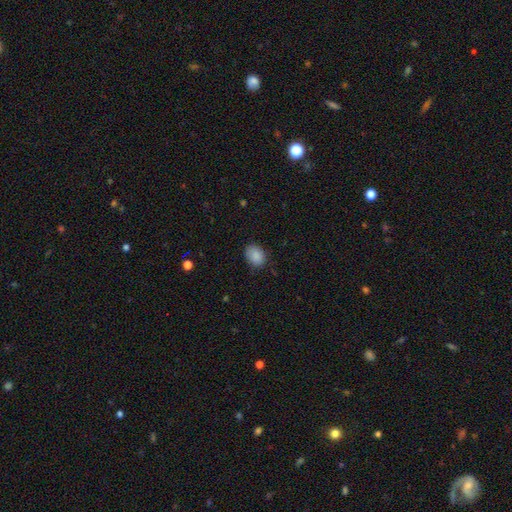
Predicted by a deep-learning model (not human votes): smooth-or-featured: smooth: 89% | star or artifact: 8% | featured or disk: 4%
  how-rounded: in between: 65% | round: 34% | cigar-shaped: 1%
  merging: none: 80% | minor disturbance: 16% | major disturbance: 3% | merger: 1%